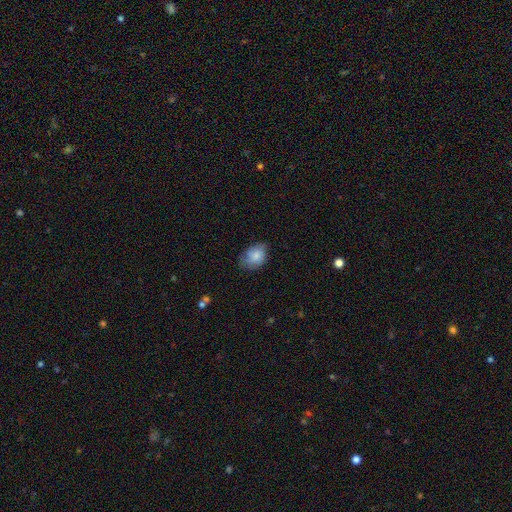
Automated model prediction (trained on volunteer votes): A smooth galaxy with no disk features (81%) that is in between round and cigar-shaped (76%).

Vote fractions:
- Smooth or featured? smooth: 81% / featured or disk: 12% / star or artifact: 7%
- How rounded? in between: 76% / round: 23% / cigar-shaped: 1%
- Merging? none: 62% / minor disturbance: 30% / major disturbance: 7% / merger: 1%